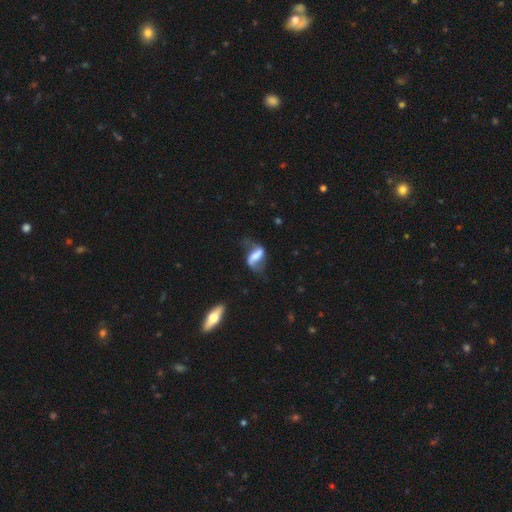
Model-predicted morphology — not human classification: featured or disk 74%, smooth 19%, star or artifact 8%. Down the decision tree: edge-on disk — no (95%); bar — strong (48%); spiral arms — yes (90%); spiral arm count — 2 (88%); spiral winding — loose (68%); bulge size — none (34%); merging — none (53%).